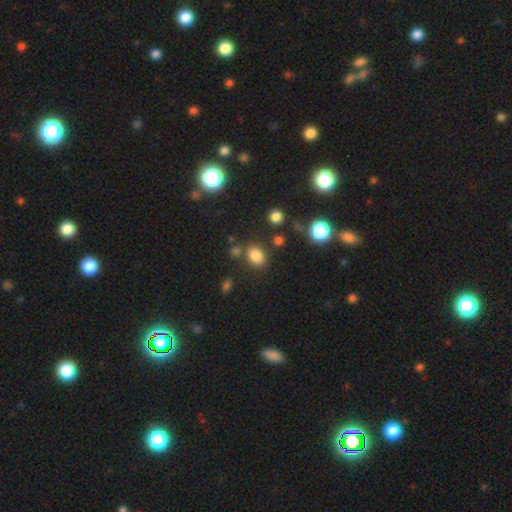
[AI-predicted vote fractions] smooth 82%, star or artifact 13%, featured or disk 6%. Down the decision tree: how rounded — in between (69%); merging — none (75%).